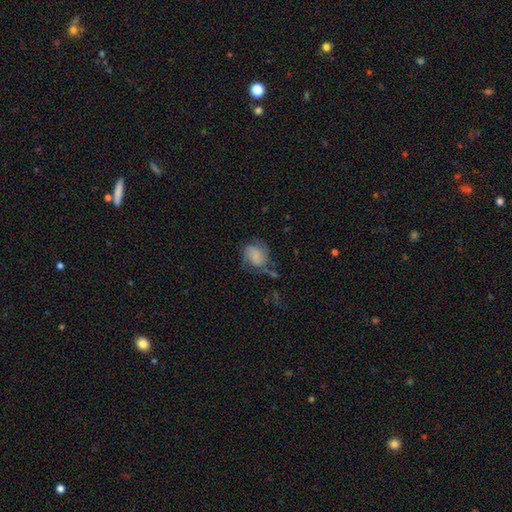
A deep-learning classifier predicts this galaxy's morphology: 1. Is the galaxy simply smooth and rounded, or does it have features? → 46% featured or disk, 44% smooth, 10% star or artifact.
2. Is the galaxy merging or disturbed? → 42% none, 27% major disturbance, 26% minor disturbance, 6% merger.